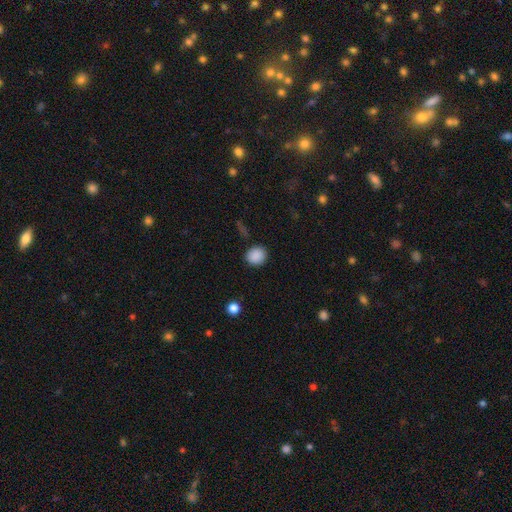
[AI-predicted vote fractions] Smooth or featured?
  - smooth: 88% *
  - star or artifact: 9%
  - featured or disk: 3%
How rounded?
  - round: 79% *
  - in between: 20%
  - cigar-shaped: 1%
Merging?
  - none: 87% *
  - minor disturbance: 9%
  - major disturbance: 3%
  - merger: 2%